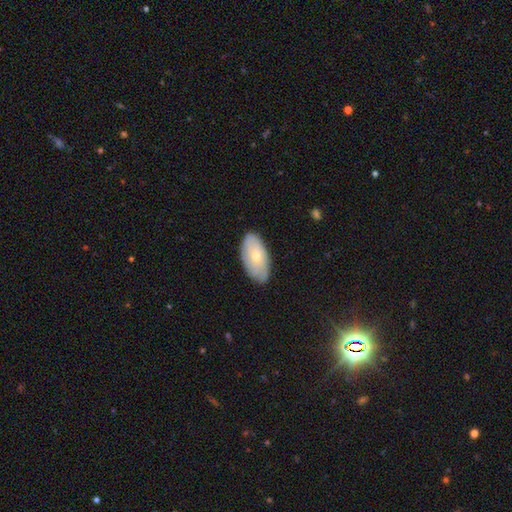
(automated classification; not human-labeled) Smooth or featured: smooth — 60% (featured or disk — 34%)
How rounded: in between — 94% (round — 3%)
Merging: none — 79% (minor disturbance — 17%)